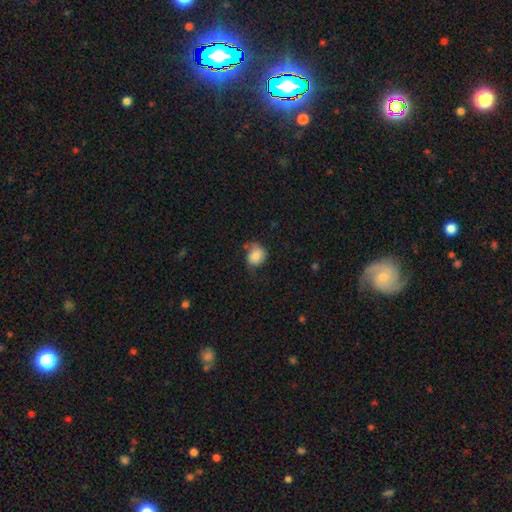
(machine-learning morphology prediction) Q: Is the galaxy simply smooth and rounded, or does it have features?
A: smooth — 80%.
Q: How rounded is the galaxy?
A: round — 63%.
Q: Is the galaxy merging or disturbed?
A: none — 52%.